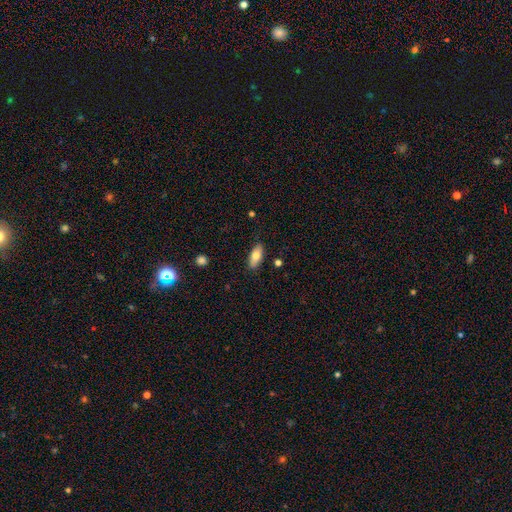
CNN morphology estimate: Smooth or featured?
  - smooth: 75% *
  - featured or disk: 18%
  - star or artifact: 7%
How rounded?
  - in between: 82% *
  - cigar-shaped: 15%
  - round: 3%
Merging?
  - none: 85% *
  - minor disturbance: 11%
  - major disturbance: 2%
  - merger: 2%